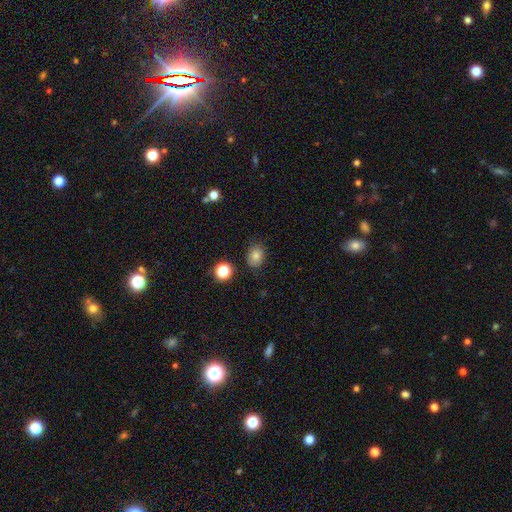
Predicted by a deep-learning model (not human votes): smooth-or-featured: smooth: 80% | star or artifact: 12% | featured or disk: 8%
  how-rounded: in between: 53% | round: 46% | cigar-shaped: 1%
  merging: none: 81% | minor disturbance: 13% | major disturbance: 3% | merger: 2%